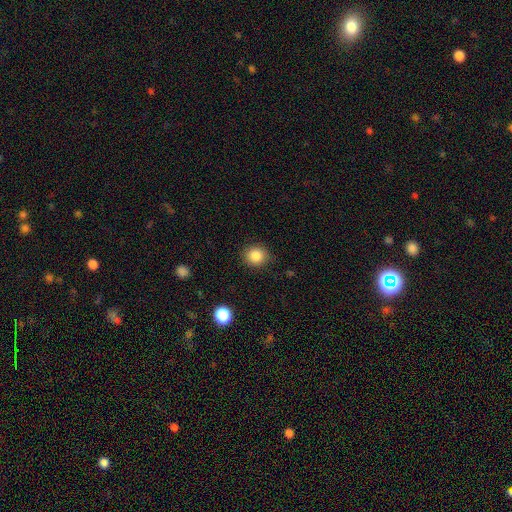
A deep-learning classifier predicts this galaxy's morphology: Smooth or featured? Predicted: smooth (p=0.86). How rounded? Predicted: round (p=0.88). Merging? Predicted: none (p=0.89).